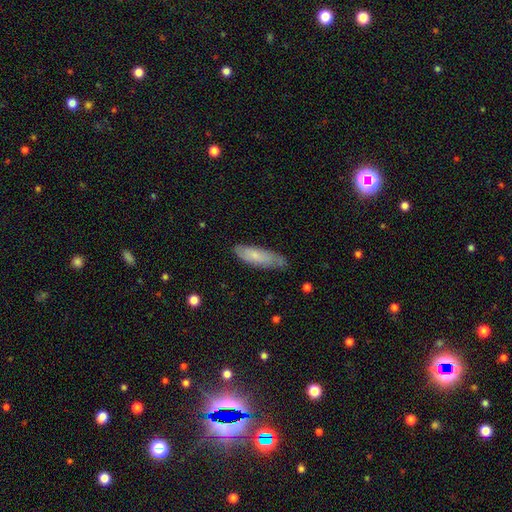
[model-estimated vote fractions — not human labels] Q: Smooth or featured?
A: smooth (63%); runner-up: featured or disk (31%)
Q: How rounded?
A: in between (51%); runner-up: cigar-shaped (47%)
Q: Merging?
A: none (64%); runner-up: minor disturbance (28%)